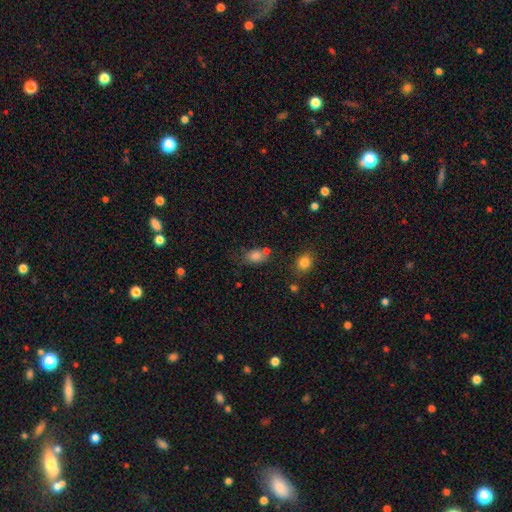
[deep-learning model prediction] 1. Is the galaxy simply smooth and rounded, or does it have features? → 79% smooth, 11% star or artifact, 10% featured or disk.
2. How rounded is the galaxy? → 74% in between, 24% round, 2% cigar-shaped.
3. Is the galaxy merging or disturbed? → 51% none, 22% merger, 19% minor disturbance, 7% major disturbance.